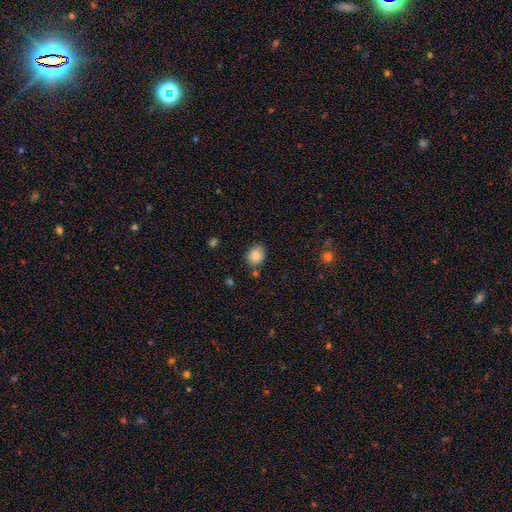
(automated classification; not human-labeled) smooth 86%, star or artifact 9%, featured or disk 5%. Down the decision tree: how rounded — round (58%); merging — none (79%).